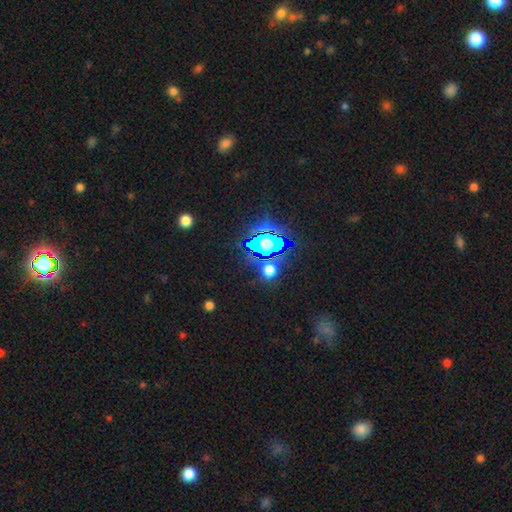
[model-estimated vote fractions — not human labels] smooth_or_featured: star or artifact (p=0.75) [alt: smooth p=0.16]